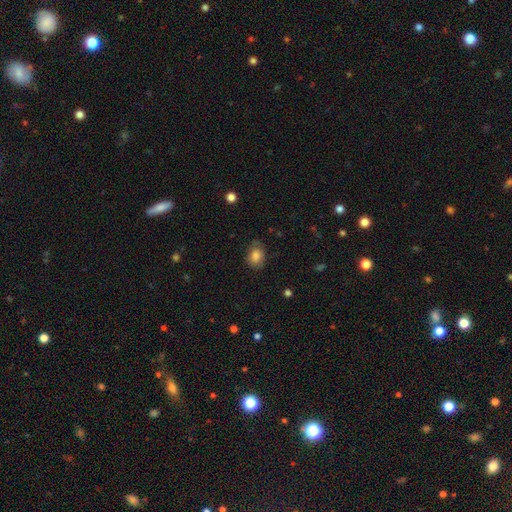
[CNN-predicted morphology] Smooth or featured? Predicted: smooth (p=0.80). How rounded? Predicted: in between (p=0.62). Merging? Predicted: none (p=0.68).